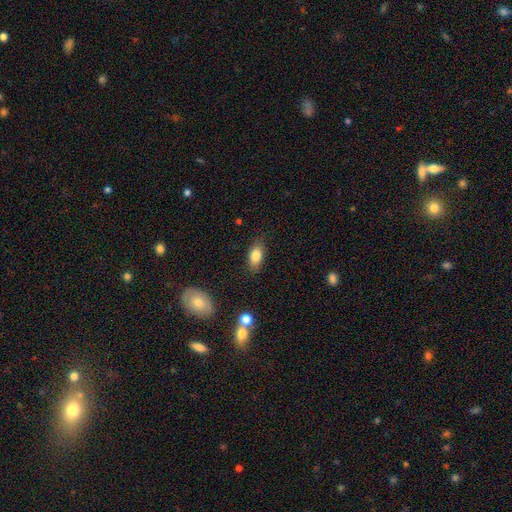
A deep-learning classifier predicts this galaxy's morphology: Overall: smooth (81%). How rounded: in between (86%). Merging: none (81%).